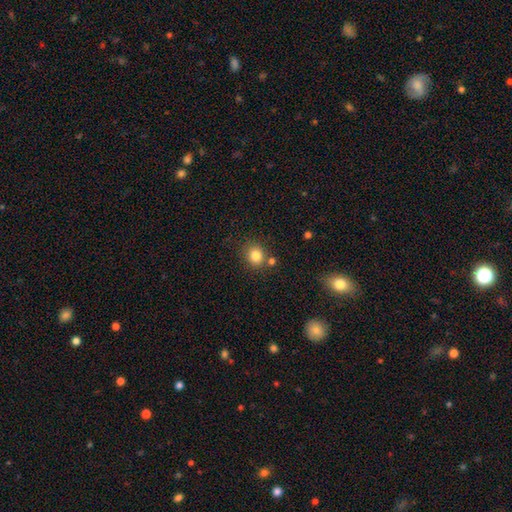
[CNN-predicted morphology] The model was most divided on "how rounded": round: 75%, in between: 24%, cigar-shaped: 1%. More confident: smooth or featured — smooth (83%); merging — none (75%).